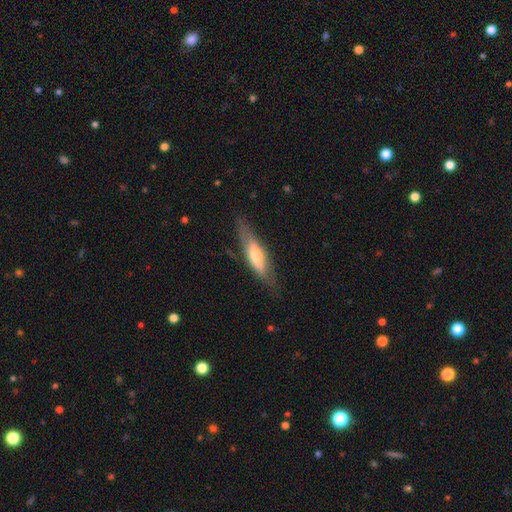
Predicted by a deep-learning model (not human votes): Smooth or featured?
  - smooth: 49% *
  - featured or disk: 45%
  - star or artifact: 6%
Merging?
  - none: 76% *
  - minor disturbance: 17%
  - major disturbance: 5%
  - merger: 1%